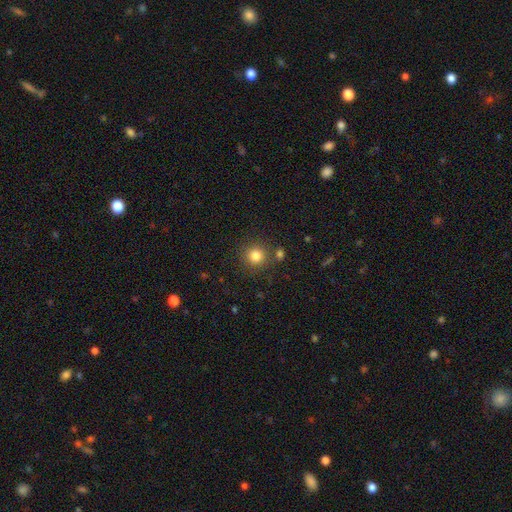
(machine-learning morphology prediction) Smooth or featured?
  - smooth: 82% *
  - star or artifact: 12%
  - featured or disk: 6%
How rounded?
  - round: 93% *
  - in between: 6%
  - cigar-shaped: 1%
Merging?
  - none: 83% *
  - minor disturbance: 8%
  - merger: 7%
  - major disturbance: 3%